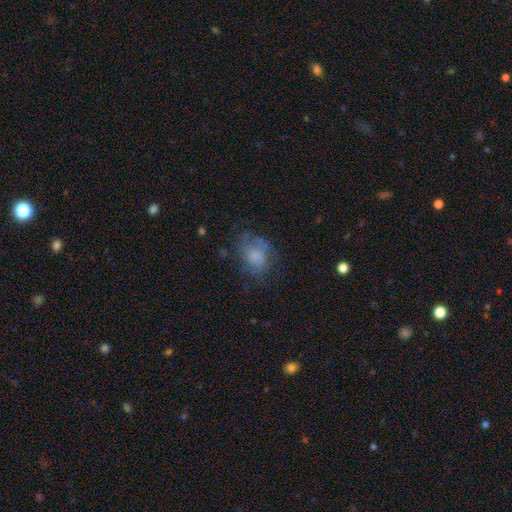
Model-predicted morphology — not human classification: Smooth or featured? Predicted: smooth (p=0.54). How rounded? Predicted: in between (p=0.50). Merging? Predicted: none (p=0.57).